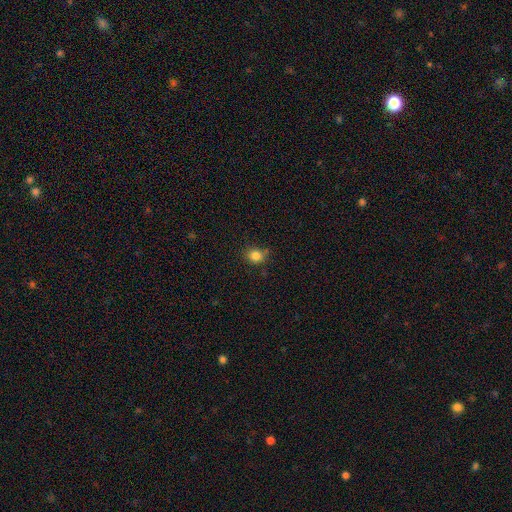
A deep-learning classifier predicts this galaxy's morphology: Smooth or featured?
  - smooth: 82% *
  - star or artifact: 12%
  - featured or disk: 5%
How rounded?
  - round: 74% *
  - in between: 25%
  - cigar-shaped: 1%
Merging?
  - none: 72% *
  - minor disturbance: 21%
  - major disturbance: 4%
  - merger: 3%